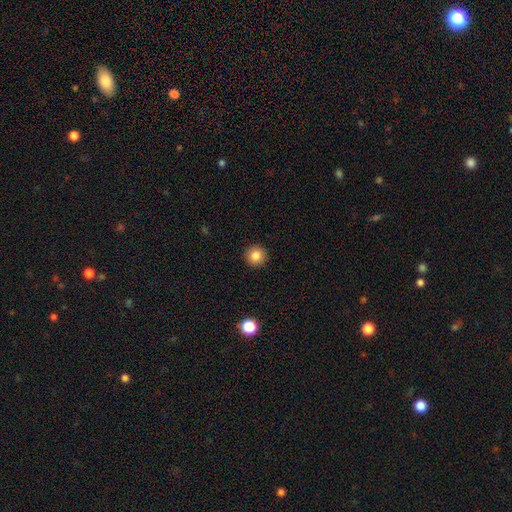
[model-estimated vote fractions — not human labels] Q: Smooth or featured?
A: smooth (85%); runner-up: star or artifact (10%)
Q: How rounded?
A: round (96%); runner-up: in between (3%)
Q: Merging?
A: none (93%); runner-up: minor disturbance (5%)